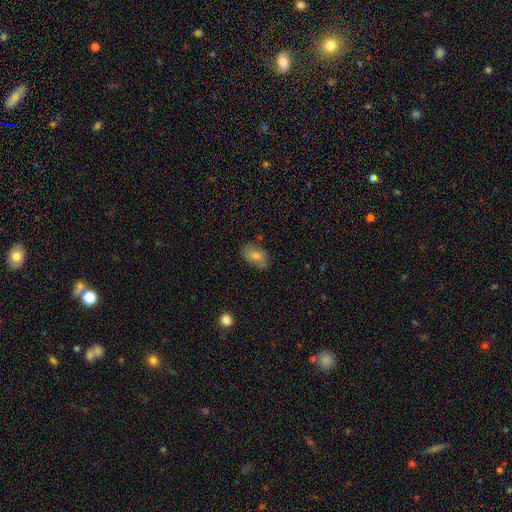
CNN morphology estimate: Smooth or featured: smooth — 66% (featured or disk — 21%)
How rounded: in between — 81% (round — 17%)
Merging: none — 77% (minor disturbance — 17%)